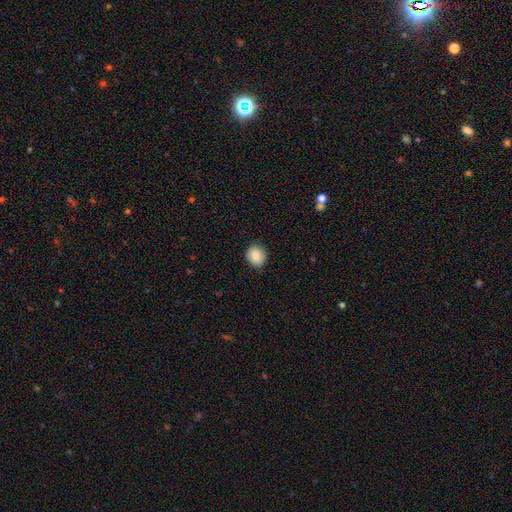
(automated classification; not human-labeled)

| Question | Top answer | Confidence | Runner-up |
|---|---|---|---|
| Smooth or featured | smooth | 86% | star or artifact (8%) |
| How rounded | round | 70% | in between (29%) |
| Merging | none | 85% | minor disturbance (12%) |